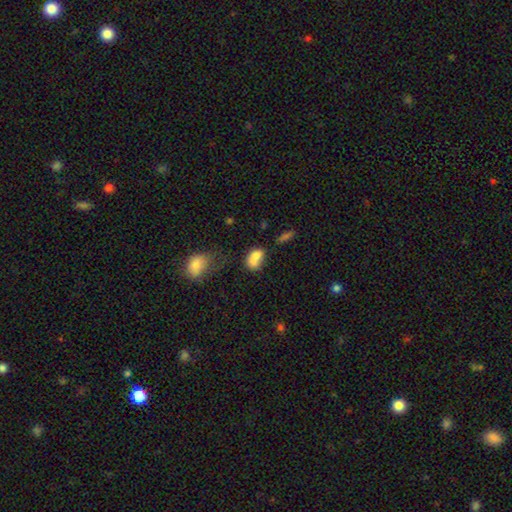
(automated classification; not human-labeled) Smooth or featured?
  - smooth: 73% *
  - featured or disk: 17%
  - star or artifact: 10%
How rounded?
  - in between: 73% *
  - round: 25%
  - cigar-shaped: 2%
Merging?
  - merger: 51% *
  - none: 25%
  - minor disturbance: 15%
  - major disturbance: 9%